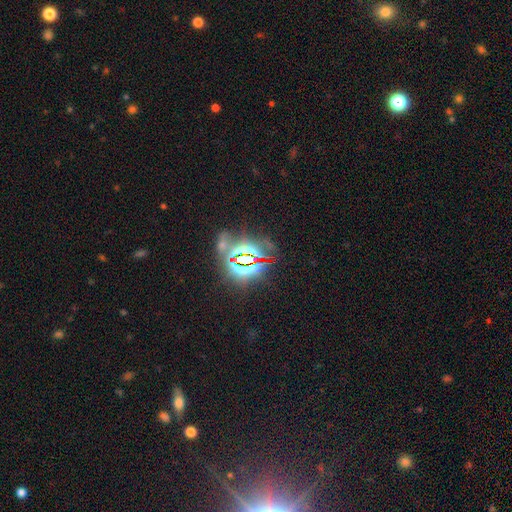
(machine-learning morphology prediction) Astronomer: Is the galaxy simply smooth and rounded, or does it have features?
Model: star or artifact — 82%.